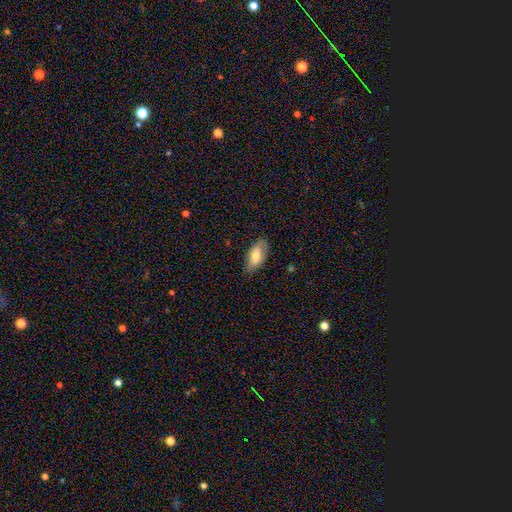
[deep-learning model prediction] Overall: smooth (74%). How rounded: in between (88%). Merging: none (76%).